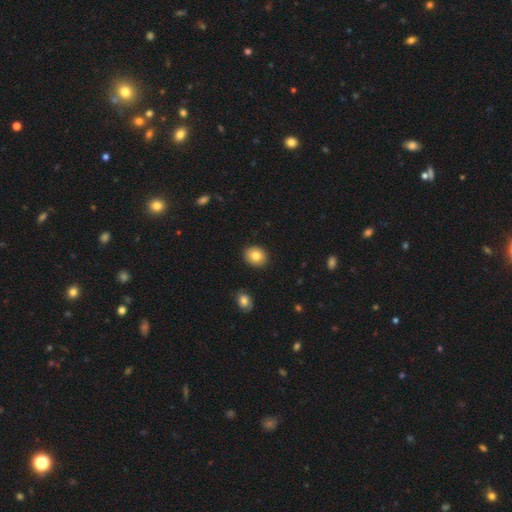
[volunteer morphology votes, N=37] Overall: smooth (68%). How rounded: round (88%). Merging: none (83%).